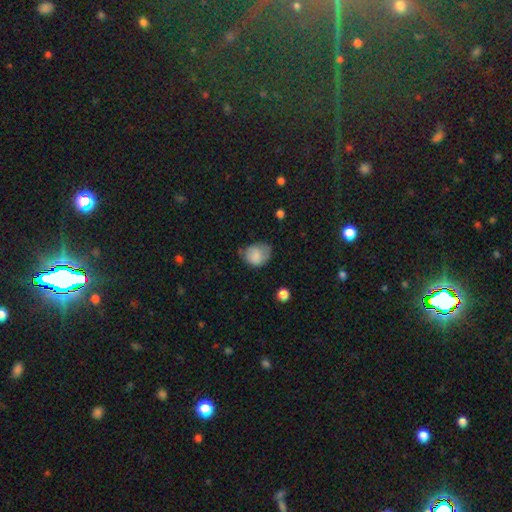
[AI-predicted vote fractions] Smooth or featured: smooth — 77% (featured or disk — 14%)
How rounded: round — 52% (in between — 47%)
Merging: none — 45% (minor disturbance — 38%)